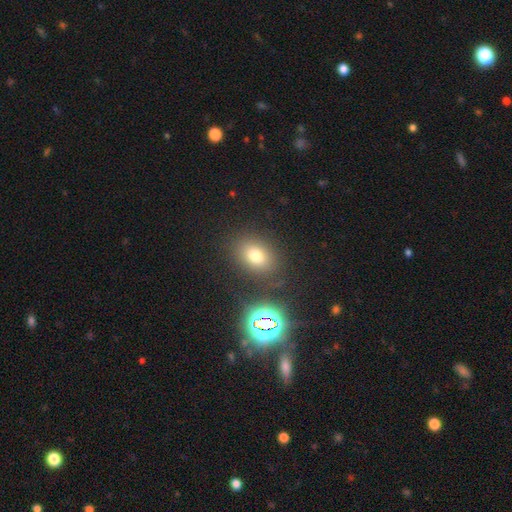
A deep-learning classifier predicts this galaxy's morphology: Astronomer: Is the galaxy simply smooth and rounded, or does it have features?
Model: smooth — 72%.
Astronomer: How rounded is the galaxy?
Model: in between — 63%.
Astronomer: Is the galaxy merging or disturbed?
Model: none — 81%.